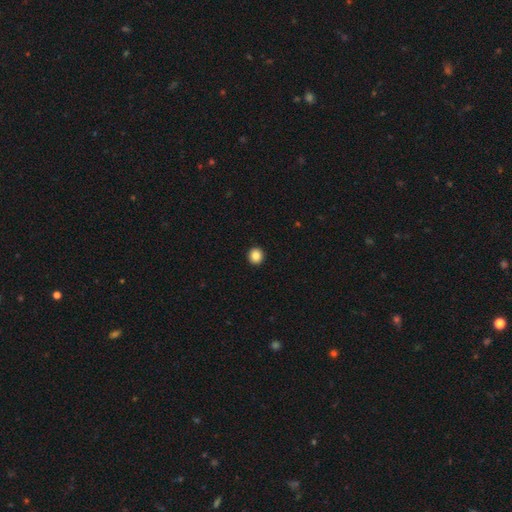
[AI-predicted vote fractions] Smooth or featured: smooth — 85% (star or artifact — 10%)
How rounded: round — 92% (in between — 7%)
Merging: none — 94% (minor disturbance — 4%)